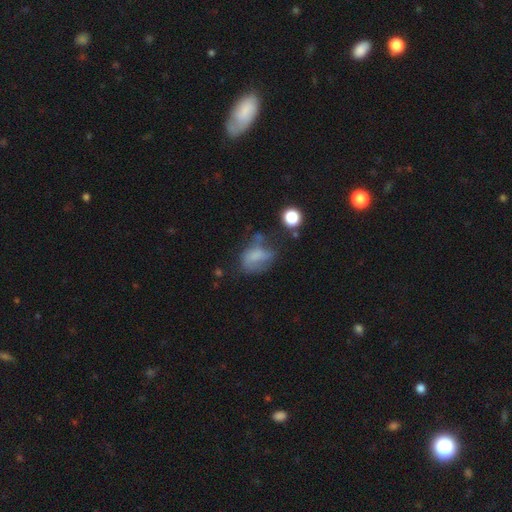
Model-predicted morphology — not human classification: Smooth or featured: smooth — 54% (featured or disk — 32%)
How rounded: in between — 72% (round — 25%)
Merging: major disturbance — 33% (none — 30%)